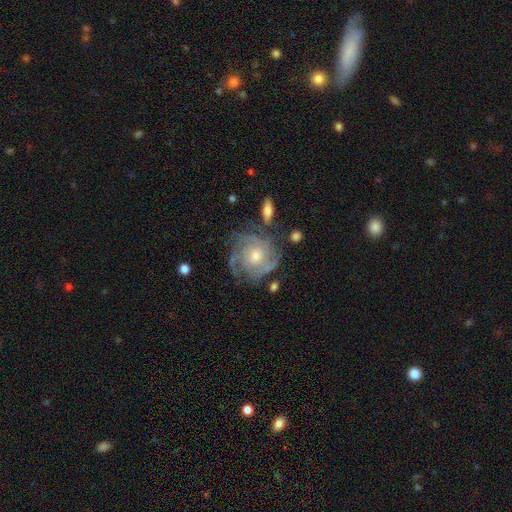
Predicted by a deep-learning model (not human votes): Morphology: type=featured or disk (84%); edge-on=no (97%); bar=no (76%); spiral arms=yes (95%); winding=tight (67%); arm count=3 (29%); bulge=moderate (61%); merging=none (69%).